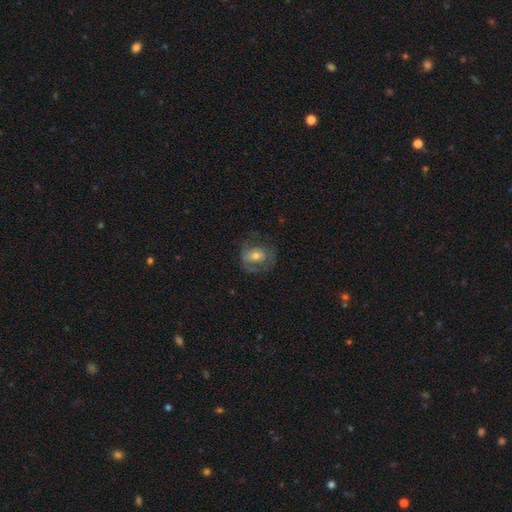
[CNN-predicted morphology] Smooth or featured? Predicted: featured or disk (p=0.55). Edge-on disk? Predicted: no (p=0.96). Bar? Predicted: no (p=0.65). Spiral arms? Predicted: yes (p=0.62). Bulge size? Predicted: moderate (p=0.57). Merging? Predicted: none (p=0.60).